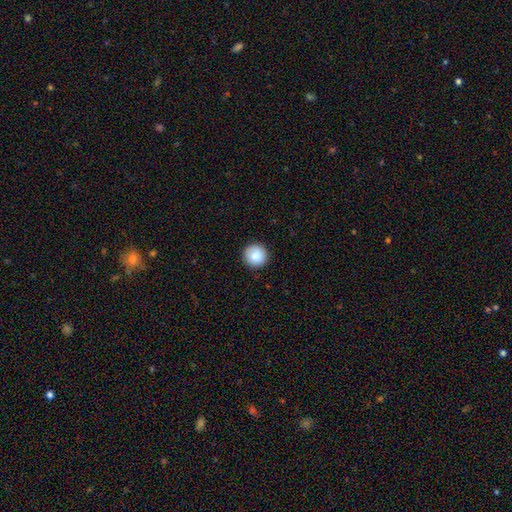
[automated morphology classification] The model was most divided on "smooth or featured": smooth: 87%, star or artifact: 8%, featured or disk: 5%. More confident: how rounded — round (96%); merging — none (92%).